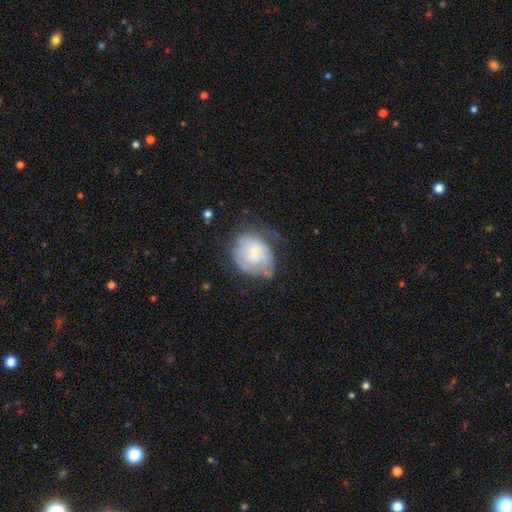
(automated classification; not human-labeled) This appears to be a featured or disk galaxy (57%) with no bar (65%), spiral arms (78%) and a small central bulge (46%). Merging: none (38%).